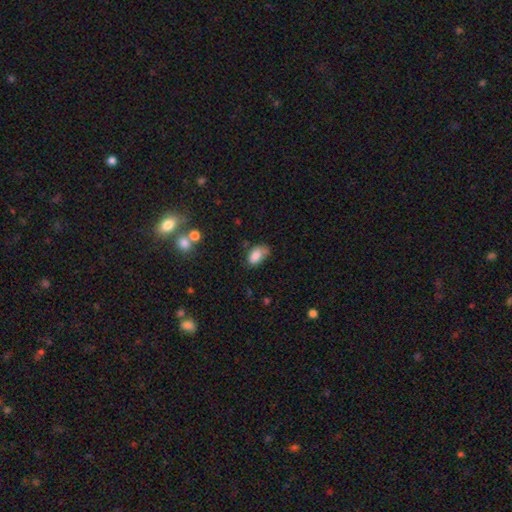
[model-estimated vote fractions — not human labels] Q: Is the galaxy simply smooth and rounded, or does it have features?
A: smooth — 83%.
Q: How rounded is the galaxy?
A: in between — 91%.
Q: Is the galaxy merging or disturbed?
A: none — 50%.